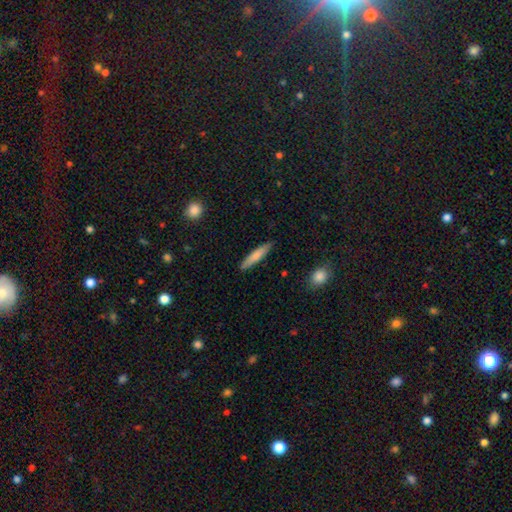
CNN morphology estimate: Overall: smooth (76%). How rounded: cigar-shaped (88%). Merging: none (88%).